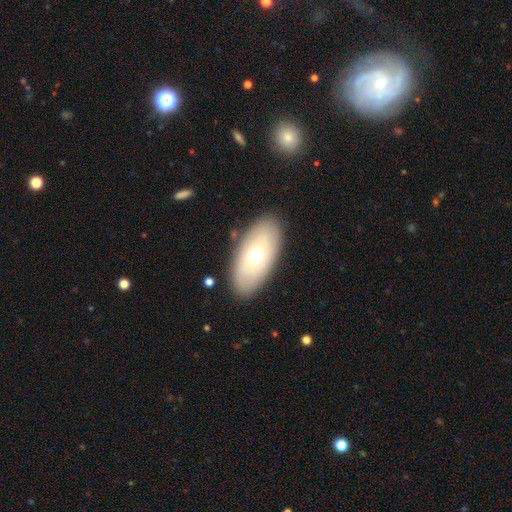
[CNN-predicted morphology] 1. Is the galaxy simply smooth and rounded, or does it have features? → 62% smooth, 31% featured or disk, 7% star or artifact.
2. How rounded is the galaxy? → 92% in between, 4% cigar-shaped, 3% round.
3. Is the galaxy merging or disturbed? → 86% none, 9% minor disturbance, 3% major disturbance, 1% merger.